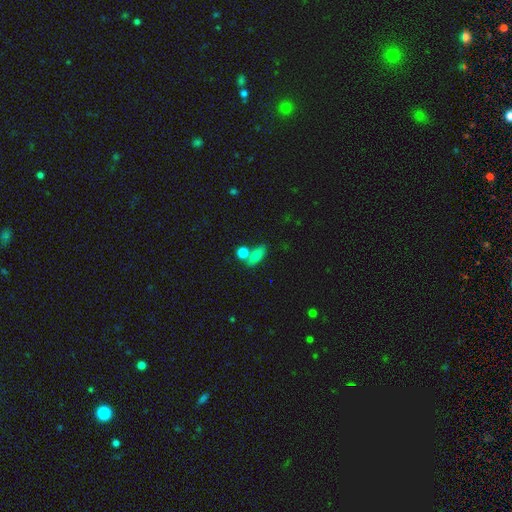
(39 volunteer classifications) Overall: smooth (77%). How rounded: in between (80%). Merging: none (49%; merger 40%).